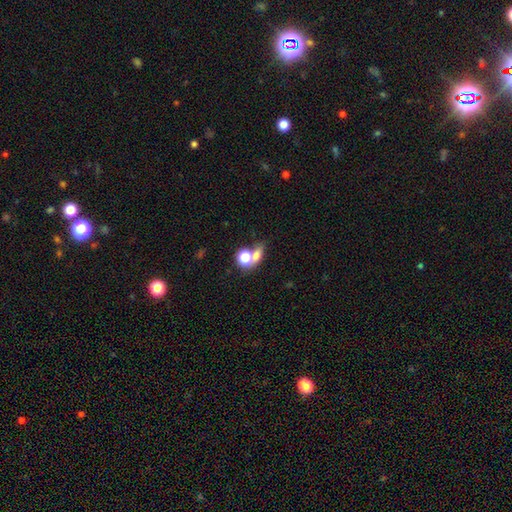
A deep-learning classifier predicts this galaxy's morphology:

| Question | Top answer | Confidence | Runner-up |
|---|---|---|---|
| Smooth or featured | smooth | 67% | star or artifact (17%) |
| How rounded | round | 48% | in between (47%) |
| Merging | merger | 47% | none (38%) |